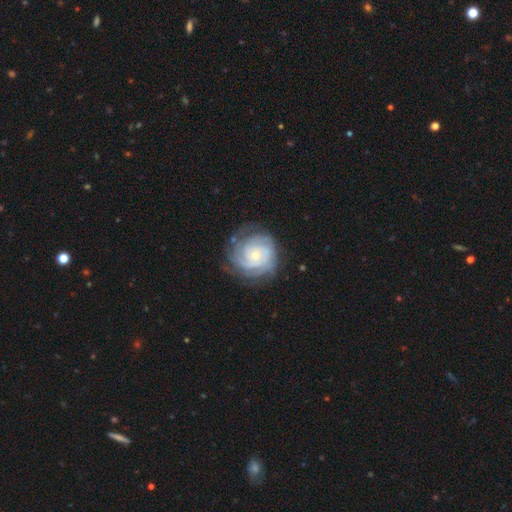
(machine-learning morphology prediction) A featured or disk galaxy (83%) with no bar (79%), tight (77%) spiral arms (96%) and a small central bulge (64%). Merging: none (75%).